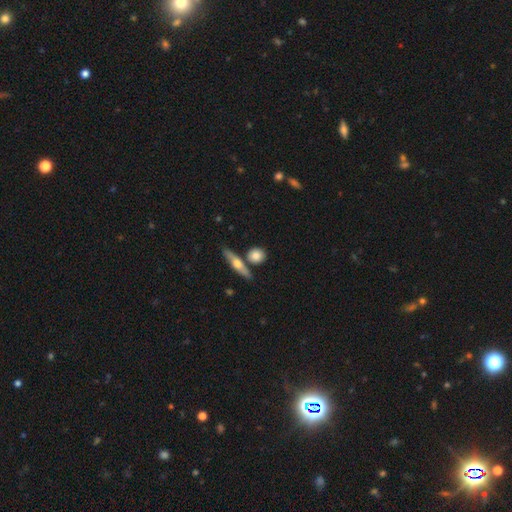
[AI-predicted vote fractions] Smooth or featured: smooth — 73% (featured or disk — 21%)
How rounded: round — 69% (in between — 20%)
Merging: none — 71% (merger — 15%)